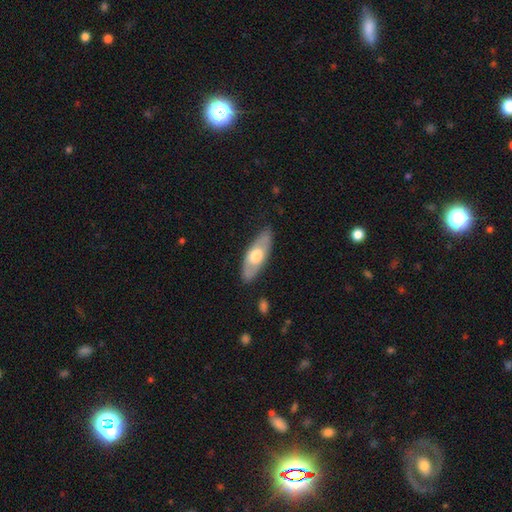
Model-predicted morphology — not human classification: type=smooth (52%); roundness=in between (74%); merging=none (83%).